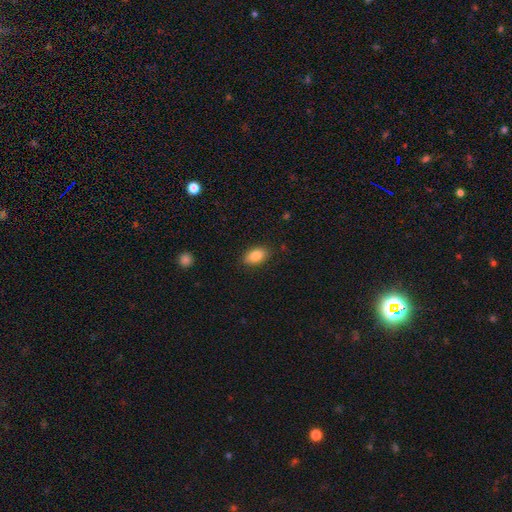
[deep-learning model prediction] Smooth or featured?
  - smooth: 86% *
  - star or artifact: 7%
  - featured or disk: 7%
How rounded?
  - in between: 90% *
  - round: 6%
  - cigar-shaped: 4%
Merging?
  - none: 86% *
  - minor disturbance: 10%
  - major disturbance: 2%
  - merger: 1%